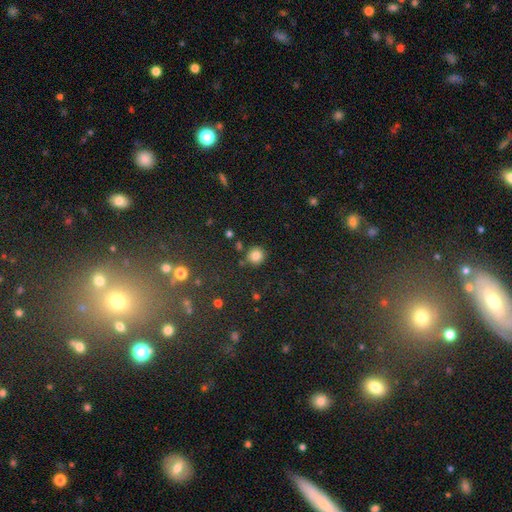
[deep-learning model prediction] A smooth galaxy with no disk features (82%) that is round (92%).

Vote fractions:
- Smooth or featured? smooth: 82% / star or artifact: 12% / featured or disk: 6%
- How rounded? round: 92% / in between: 7% / cigar-shaped: 1%
- Merging? none: 85% / minor disturbance: 8% / merger: 4% / major disturbance: 3%